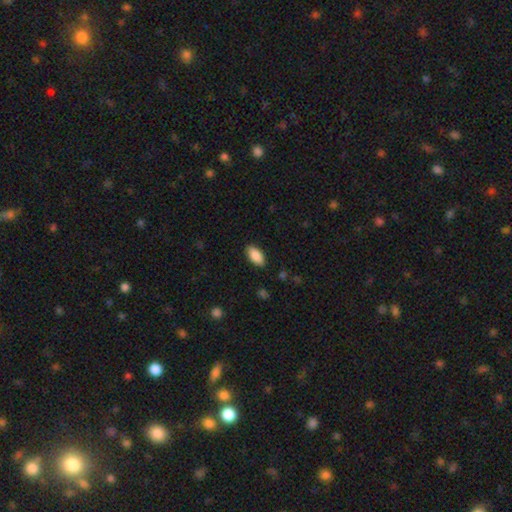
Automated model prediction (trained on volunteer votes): Smooth or featured?
  - smooth: 89% *
  - star or artifact: 7%
  - featured or disk: 5%
How rounded?
  - in between: 92% *
  - cigar-shaped: 6%
  - round: 2%
Merging?
  - none: 88% *
  - minor disturbance: 9%
  - major disturbance: 2%
  - merger: 1%